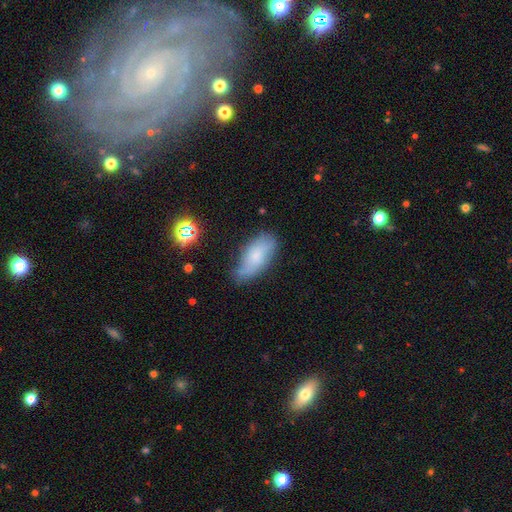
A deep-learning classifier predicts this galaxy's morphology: smooth-or-featured: smooth: 65% | featured or disk: 25% | star or artifact: 11%
  how-rounded: in between: 89% | cigar-shaped: 8% | round: 3%
  merging: none: 59% | minor disturbance: 31% | major disturbance: 8% | merger: 3%